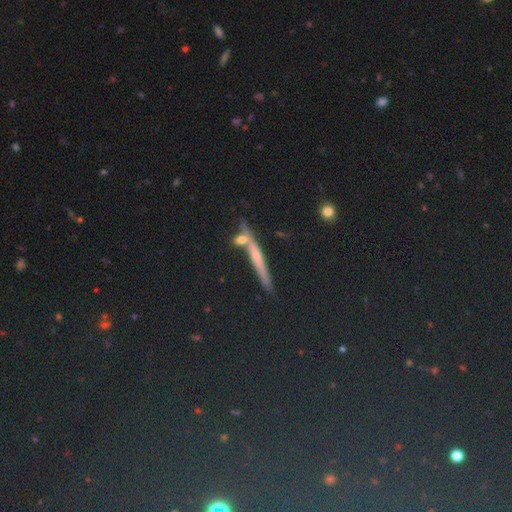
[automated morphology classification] star or artifact 39%, smooth 31%, featured or disk 30%.